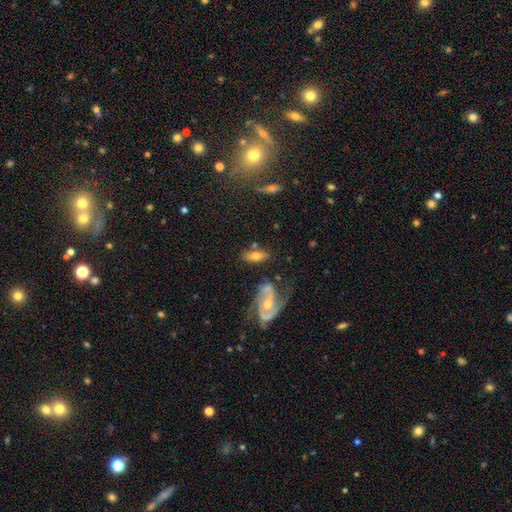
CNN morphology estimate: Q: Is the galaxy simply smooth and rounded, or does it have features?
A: smooth — 56%.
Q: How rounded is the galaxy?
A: in between — 80%.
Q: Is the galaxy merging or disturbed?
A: none — 62%.